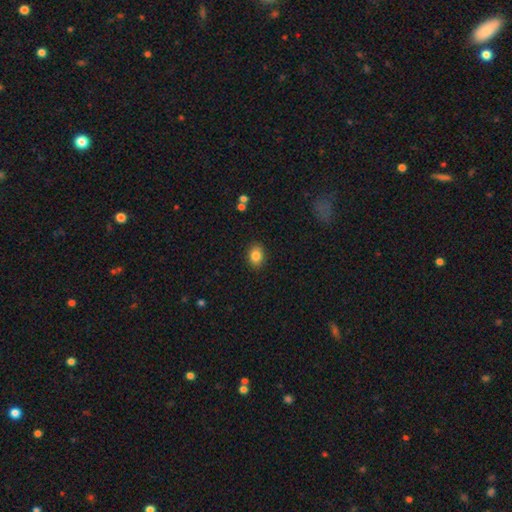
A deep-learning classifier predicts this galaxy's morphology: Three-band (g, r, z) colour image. It shows a smooth galaxy with no disk features (84%) that is in between round and cigar-shaped (67%). Merging: none (89%).